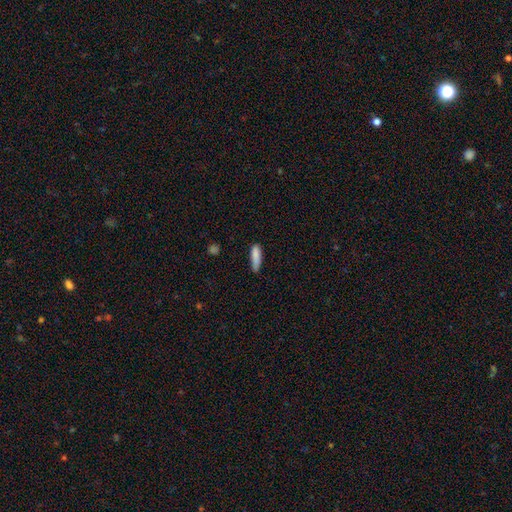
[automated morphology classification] The model was most divided on "how rounded": cigar-shaped: 65%, in between: 33%, round: 2%. More confident: smooth or featured — smooth (85%); merging — none (62%).